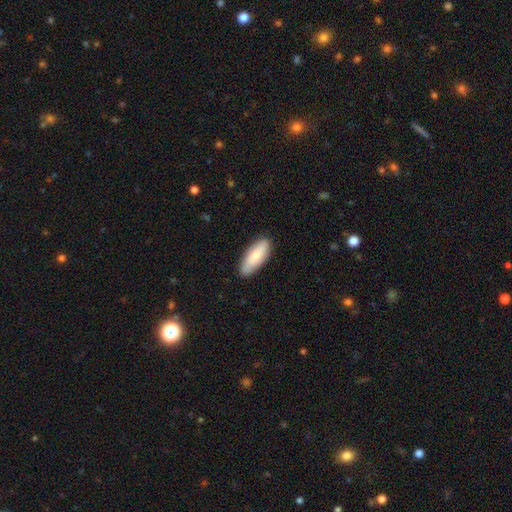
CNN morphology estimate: This is likely a smooth galaxy (78%). How rounded: likely in between (74%). Merging: clearly none (83%).